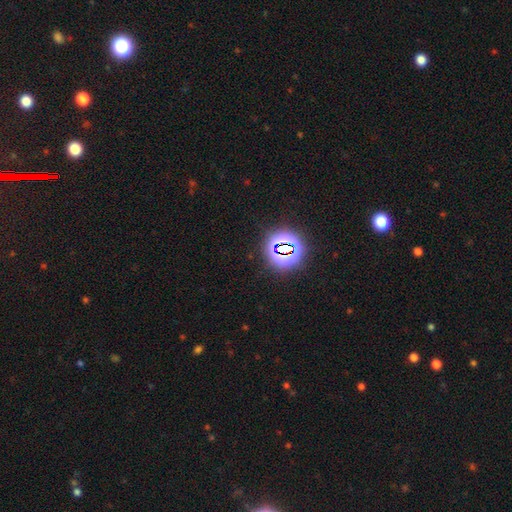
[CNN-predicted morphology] Smooth or featured? star or artifact (82%)